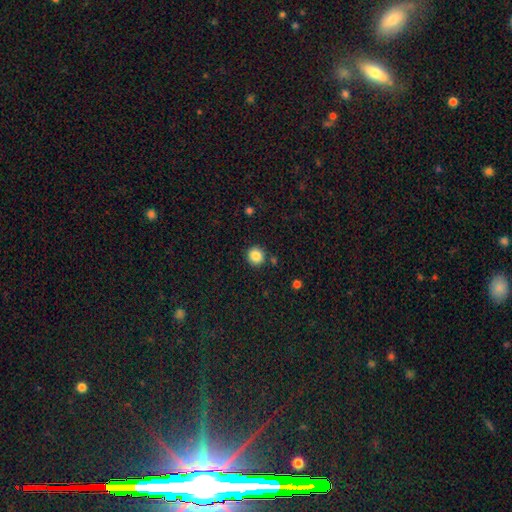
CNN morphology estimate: smooth-or-featured: smooth: 86% | star or artifact: 10% | featured or disk: 4%
  how-rounded: round: 93% | in between: 6% | cigar-shaped: 1%
  merging: none: 87% | minor disturbance: 7% | merger: 4% | major disturbance: 2%